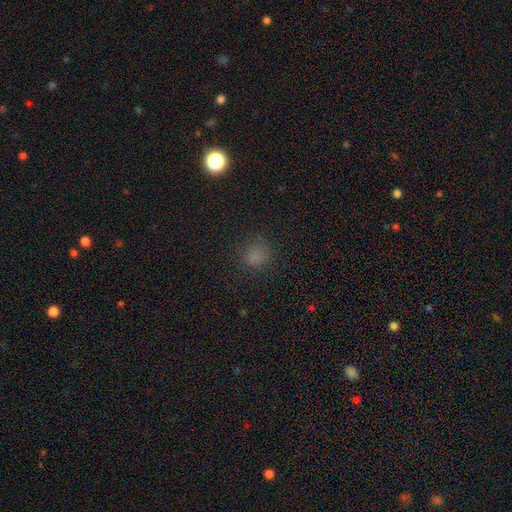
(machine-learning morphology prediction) Q: Smooth or featured?
A: smooth (72%); runner-up: star or artifact (22%)
Q: How rounded?
A: round (81%); runner-up: in between (17%)
Q: Merging?
A: none (83%); runner-up: minor disturbance (12%)